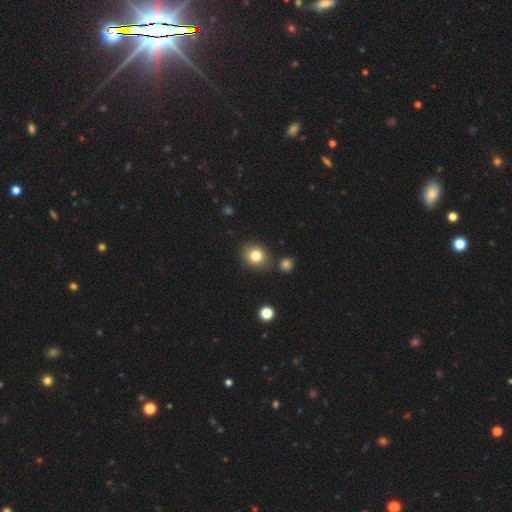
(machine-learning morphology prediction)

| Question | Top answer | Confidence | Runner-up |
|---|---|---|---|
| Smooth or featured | smooth | 81% | star or artifact (11%) |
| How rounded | round | 67% | in between (32%) |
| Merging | none | 83% | minor disturbance (10%) |